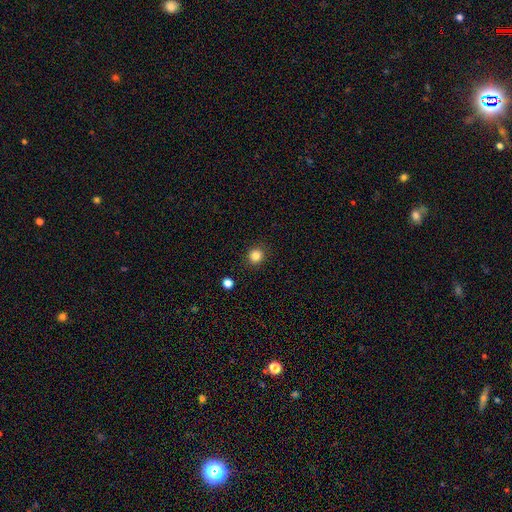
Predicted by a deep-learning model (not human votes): Smooth or featured? Predicted: smooth (p=0.84). How rounded? Predicted: round (p=0.90). Merging? Predicted: none (p=0.91).